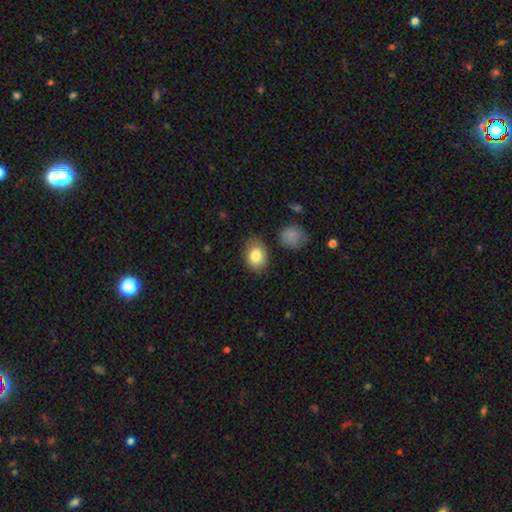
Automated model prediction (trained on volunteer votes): Smooth or featured? smooth (83%)
How rounded? in between (67%)
Merging? none (80%)